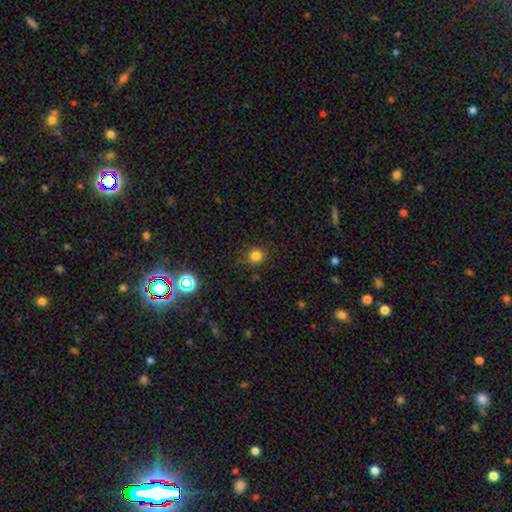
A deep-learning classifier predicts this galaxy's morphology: Smooth or featured? Predicted: smooth (p=0.80). How rounded? Predicted: round (p=0.89). Merging? Predicted: none (p=0.83).